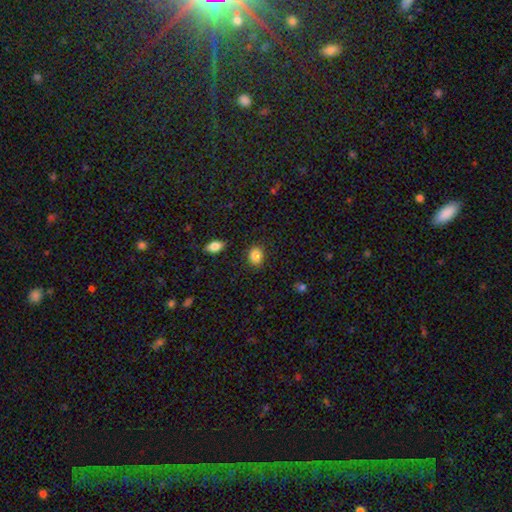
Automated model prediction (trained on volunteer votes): The model was most divided on "how rounded": in between: 53%, round: 46%, cigar-shaped: 1%. More confident: merging — none (87%); smooth or featured — smooth (86%).